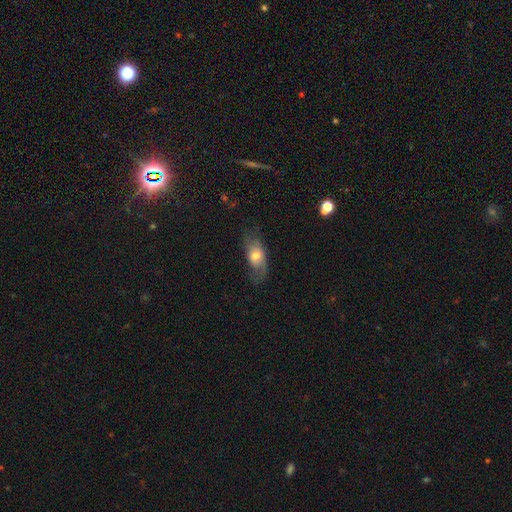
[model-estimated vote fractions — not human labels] A smooth galaxy with no disk features (51%) that is in between round and cigar-shaped (83%). Merging: none (56%).